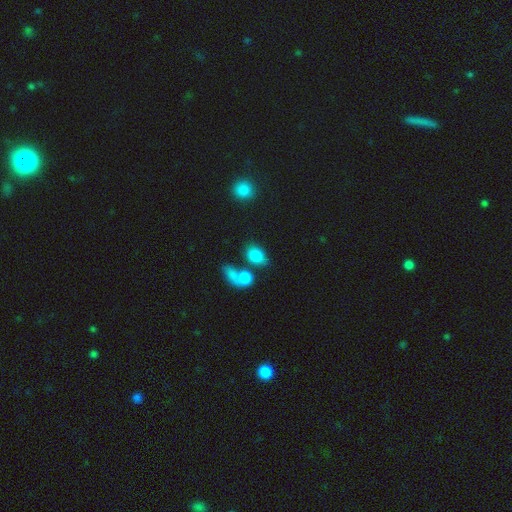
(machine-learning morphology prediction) smooth-or-featured: smooth: 82% | star or artifact: 9% | featured or disk: 9%
  how-rounded: in between: 74% | round: 24% | cigar-shaped: 2%
  merging: none: 45% | merger: 31% | minor disturbance: 15% | major disturbance: 8%